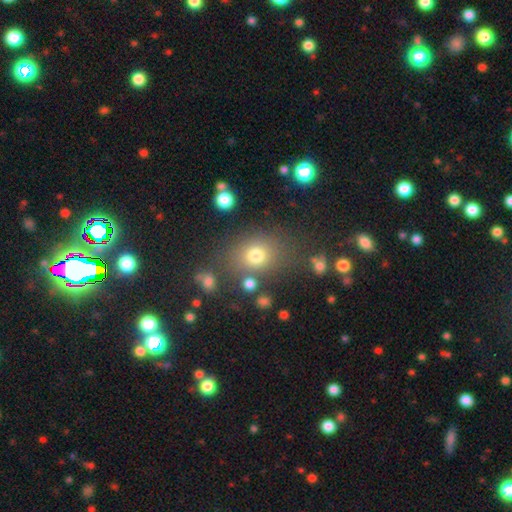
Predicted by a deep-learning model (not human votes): This is likely a smooth galaxy (73%). How rounded: possibly round (59%). Merging: likely none (72%).